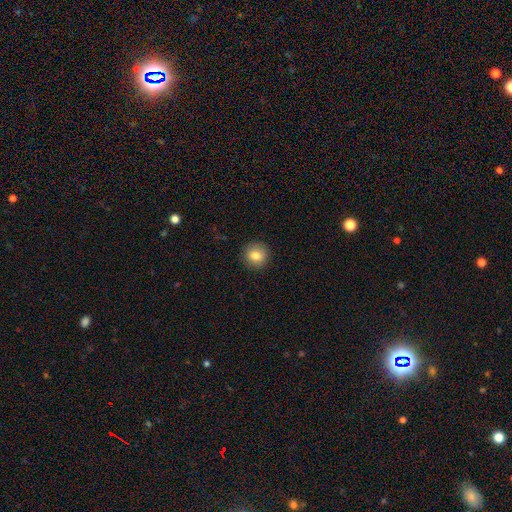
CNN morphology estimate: Q: Smooth or featured?
A: smooth (82%); runner-up: star or artifact (9%)
Q: How rounded?
A: round (92%); runner-up: in between (7%)
Q: Merging?
A: none (90%); runner-up: minor disturbance (7%)